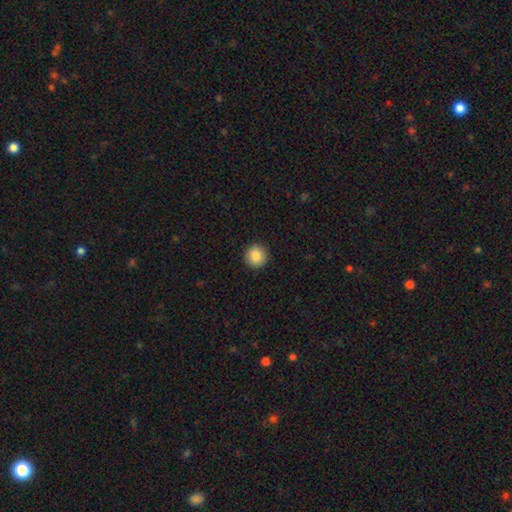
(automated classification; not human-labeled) The model was most divided on "smooth or featured": smooth: 85%, star or artifact: 9%, featured or disk: 6%. More confident: how rounded — round (95%); merging — none (93%).